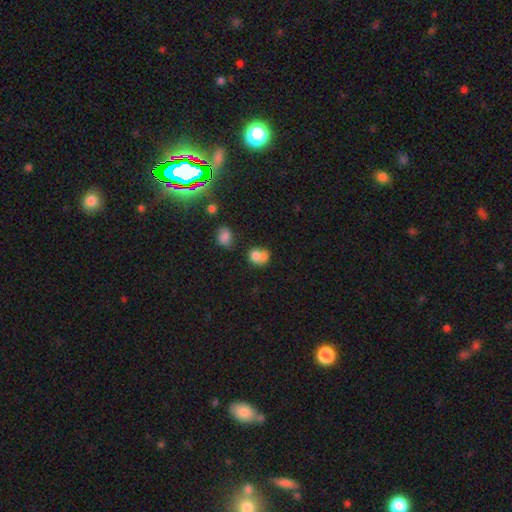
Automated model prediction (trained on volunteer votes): A smooth galaxy with no disk features (74%) that is round (58%).

Vote fractions:
- Smooth or featured? smooth: 74% / featured or disk: 15% / star or artifact: 11%
- How rounded? round: 58% / in between: 41% / cigar-shaped: 1%
- Merging? merger: 56% / none: 27% / minor disturbance: 11% / major disturbance: 7%